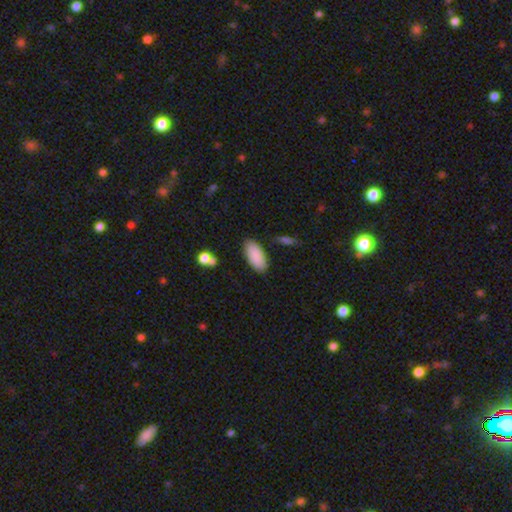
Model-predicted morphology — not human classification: This is clearly a smooth galaxy (89%). How rounded: clearly in between (91%). Merging: clearly none (84%).